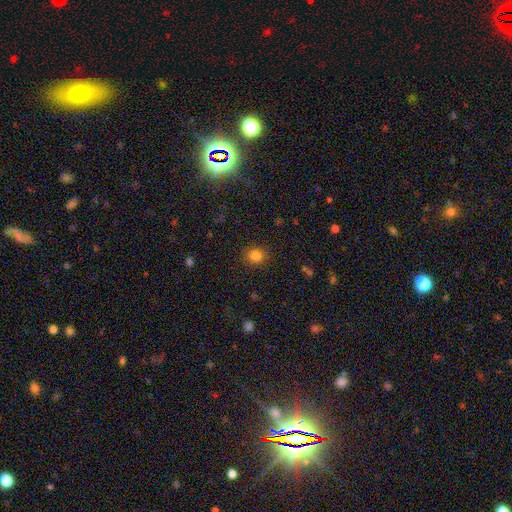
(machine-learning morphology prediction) This appears to be a smooth galaxy with no disk features (81%) that is round (84%). Merging: none (87%).